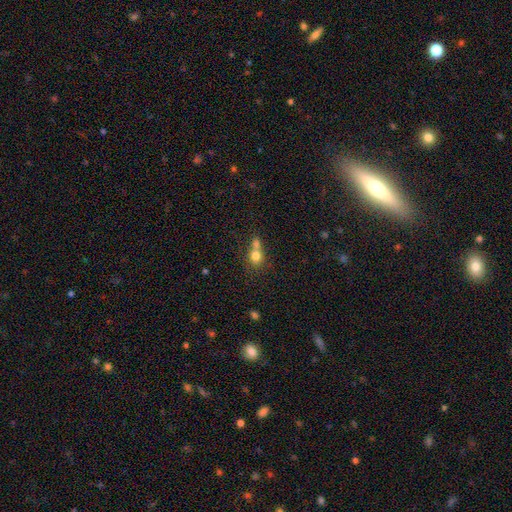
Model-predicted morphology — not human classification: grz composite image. It shows a smooth galaxy with no disk features (77%) that is round (74%). Merging: merger (58%).